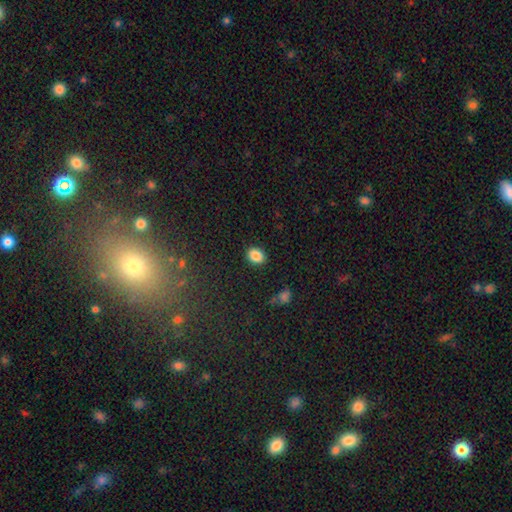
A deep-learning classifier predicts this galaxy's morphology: Q: Smooth or featured?
A: smooth (87%); runner-up: star or artifact (9%)
Q: How rounded?
A: in between (62%); runner-up: round (37%)
Q: Merging?
A: none (88%); runner-up: minor disturbance (8%)